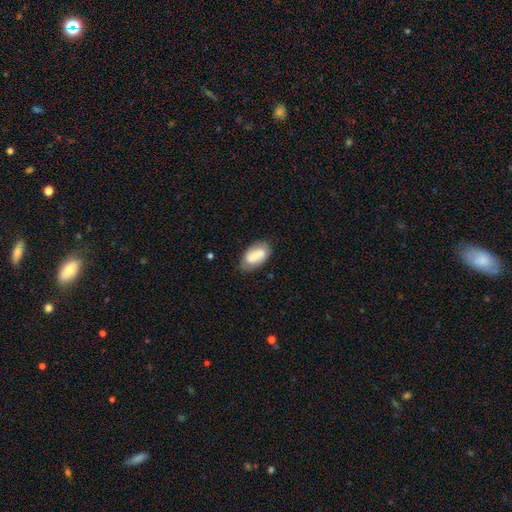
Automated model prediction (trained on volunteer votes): Smooth or featured: smooth — 68% (featured or disk — 25%)
How rounded: in between — 93% (round — 4%)
Merging: none — 69% (minor disturbance — 23%)